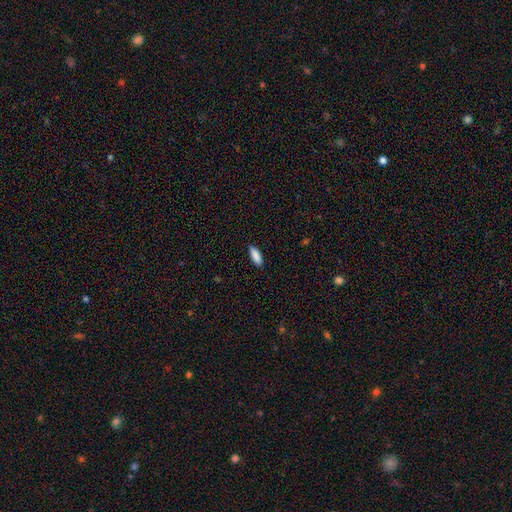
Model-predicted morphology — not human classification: The model was most divided on "how rounded": in between: 62%, cigar-shaped: 37%, round: 2%. More confident: merging — none (89%); smooth or featured — smooth (89%).